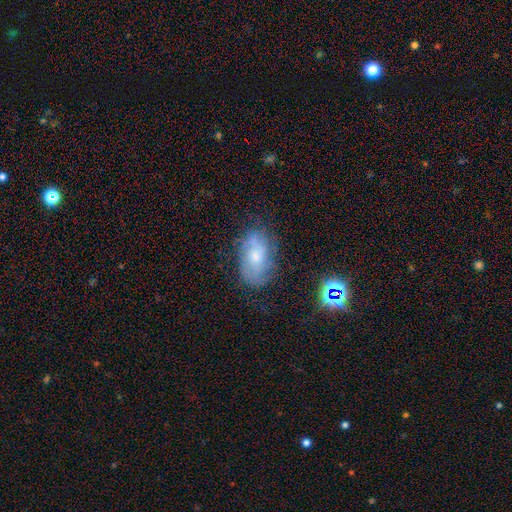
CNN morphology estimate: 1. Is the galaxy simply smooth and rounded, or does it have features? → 55% featured or disk, 34% smooth, 11% star or artifact.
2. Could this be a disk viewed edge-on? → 94% no, 6% yes.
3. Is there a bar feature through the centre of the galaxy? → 71% no, 25% weak, 4% strong.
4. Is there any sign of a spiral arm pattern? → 76% yes, 24% no.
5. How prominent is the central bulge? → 45% small (tied), 45% moderate (tied), 5% none, 4% large, 1% dominant.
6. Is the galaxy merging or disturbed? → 65% none, 23% minor disturbance, 10% major disturbance, 2% merger.